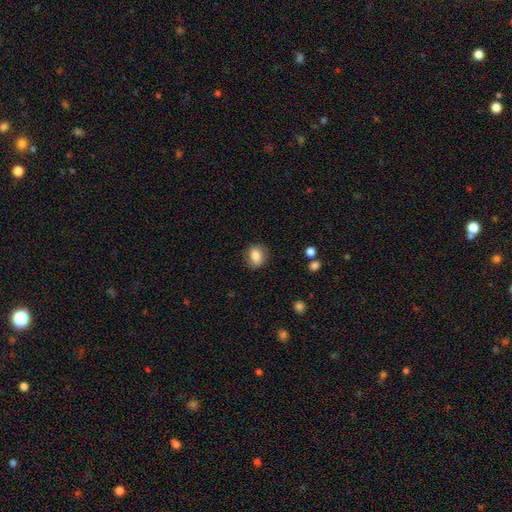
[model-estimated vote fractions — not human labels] Smooth or featured? smooth (81%)
How rounded? in between (52%)
Merging? none (81%)